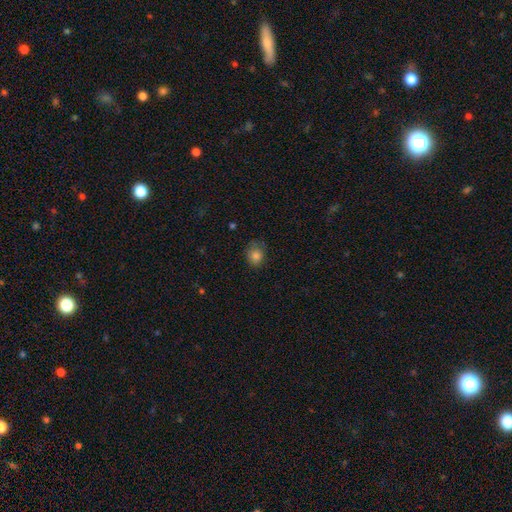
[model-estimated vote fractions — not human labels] A smooth galaxy with no disk features (82%) that is round (59%).

Vote fractions:
- Smooth or featured? smooth: 82% / star or artifact: 11% / featured or disk: 7%
- How rounded? round: 59% / in between: 40% / cigar-shaped: 1%
- Merging? none: 66% / minor disturbance: 26% / major disturbance: 8% / merger: 1%